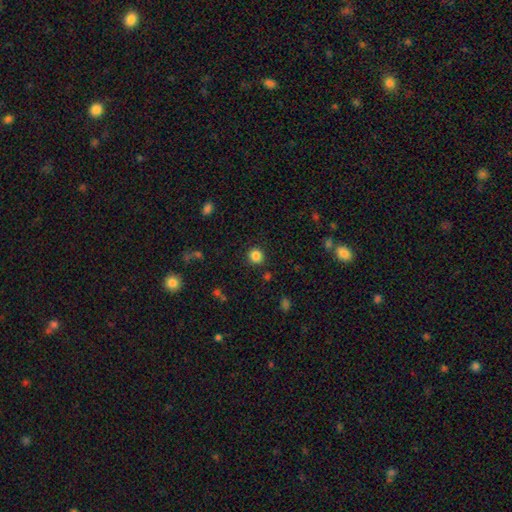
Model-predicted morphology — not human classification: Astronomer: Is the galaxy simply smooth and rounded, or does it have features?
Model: smooth — 85%.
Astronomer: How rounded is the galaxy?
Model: round — 90%.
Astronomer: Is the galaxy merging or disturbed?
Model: none — 89%.